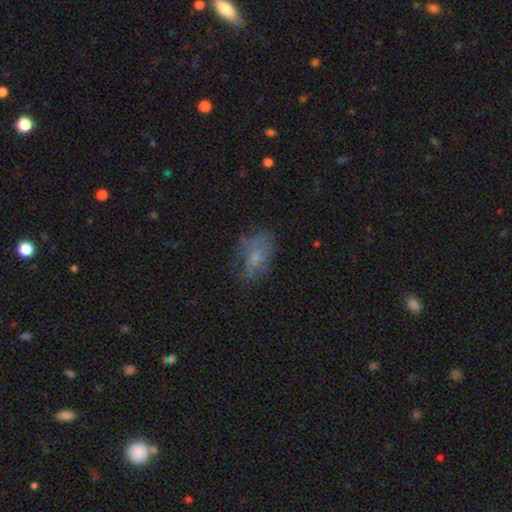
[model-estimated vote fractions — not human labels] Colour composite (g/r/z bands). It shows a smooth galaxy with no disk features (55%) that is in between round and cigar-shaped (84%). Merging: none (49%).